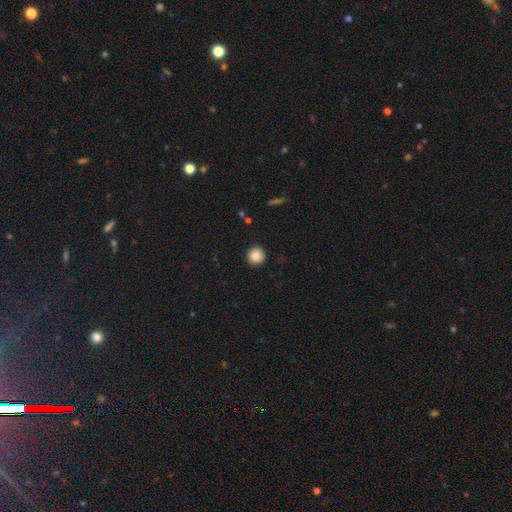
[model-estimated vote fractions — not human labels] Smooth or featured: smooth — 87% (star or artifact — 9%)
How rounded: round — 95% (in between — 4%)
Merging: none — 91% (minor disturbance — 6%)